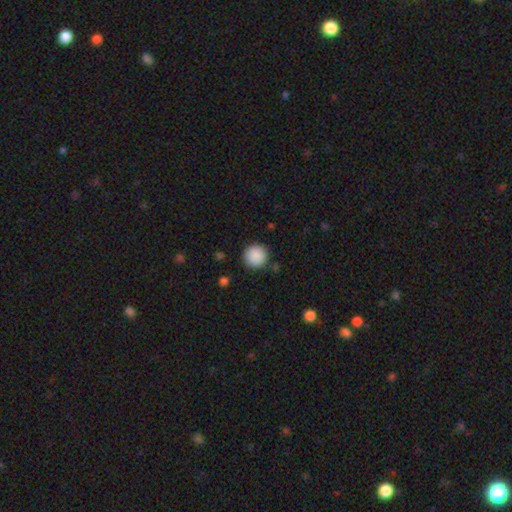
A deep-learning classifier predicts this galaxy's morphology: Smooth or featured?
  - smooth: 89% *
  - star or artifact: 8%
  - featured or disk: 3%
How rounded?
  - round: 95% *
  - in between: 4%
  - cigar-shaped: 1%
Merging?
  - none: 88% *
  - minor disturbance: 8%
  - major disturbance: 2%
  - merger: 2%